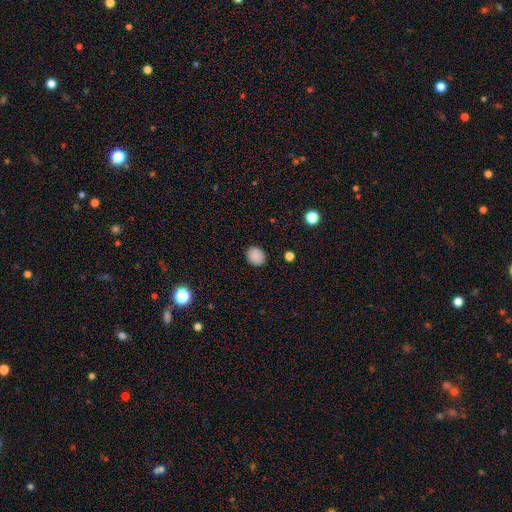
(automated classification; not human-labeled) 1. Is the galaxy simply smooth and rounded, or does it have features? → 87% smooth, 10% star or artifact, 3% featured or disk.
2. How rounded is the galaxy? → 64% round, 35% in between, 1% cigar-shaped.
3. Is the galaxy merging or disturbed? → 88% none, 9% minor disturbance, 2% major disturbance, 1% merger.